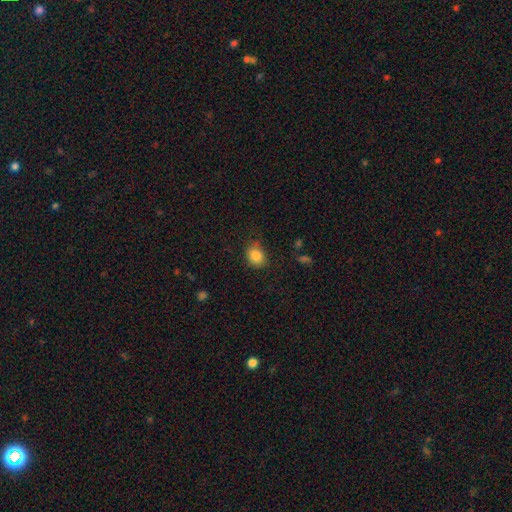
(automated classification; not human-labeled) A smooth galaxy with no disk features (85%) that is round (54%). Merging: none (70%).